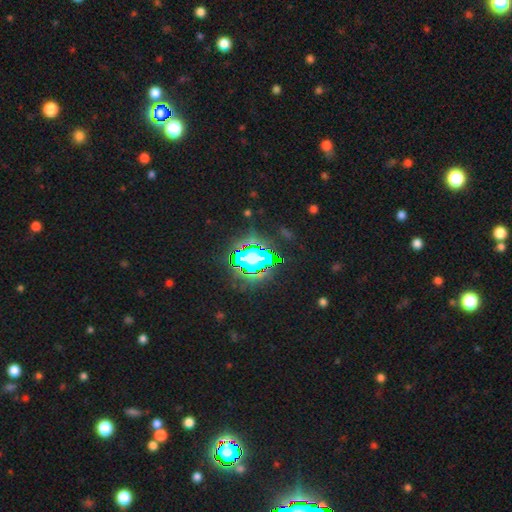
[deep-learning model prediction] smooth_or_featured: star or artifact (p=0.63) [alt: smooth p=0.23]